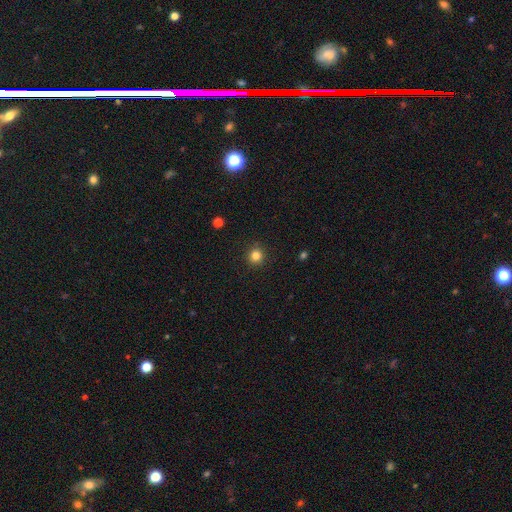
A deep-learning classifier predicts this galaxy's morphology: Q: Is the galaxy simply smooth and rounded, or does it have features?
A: smooth — 83%.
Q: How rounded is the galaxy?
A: round — 94%.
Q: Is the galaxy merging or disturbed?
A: none — 92%.